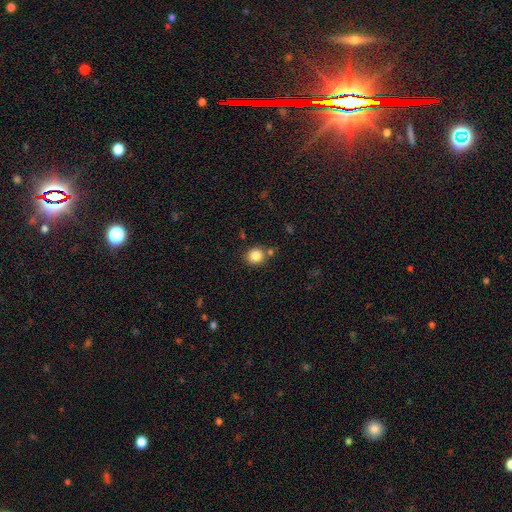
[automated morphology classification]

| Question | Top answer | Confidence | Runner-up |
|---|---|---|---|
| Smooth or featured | smooth | 84% | star or artifact (10%) |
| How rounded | round | 82% | in between (17%) |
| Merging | none | 77% | minor disturbance (11%) |